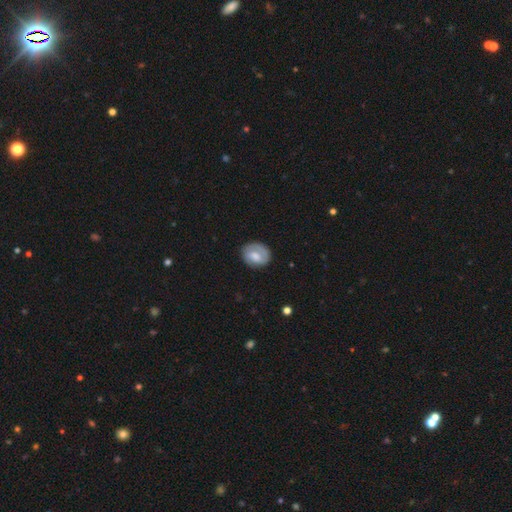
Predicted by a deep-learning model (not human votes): A smooth galaxy with no disk features (59%) that is round (50%).

Vote fractions:
- Smooth or featured? smooth: 59% / featured or disk: 34% / star or artifact: 6%
- How rounded? round: 50% / in between: 49% / cigar-shaped: 1%
- Merging? none: 71% / minor disturbance: 20% / major disturbance: 8% / merger: 2%